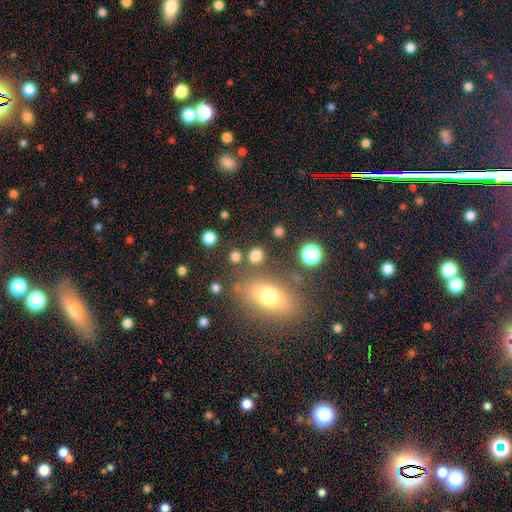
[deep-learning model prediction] The model was most divided on "how rounded": round: 69%, in between: 29%, cigar-shaped: 2%. More confident: merging — none (78%); smooth or featured — smooth (75%).